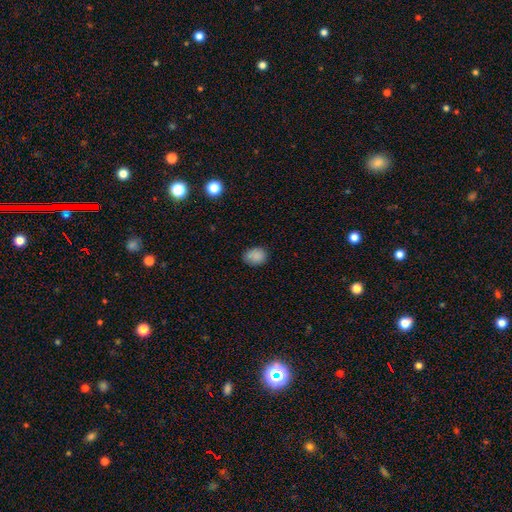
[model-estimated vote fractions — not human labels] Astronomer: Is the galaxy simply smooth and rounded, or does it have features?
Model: smooth — 86%.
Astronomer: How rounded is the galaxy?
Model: in between — 53% (runner-up: round, 46%).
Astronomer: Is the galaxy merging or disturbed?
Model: none — 77%.